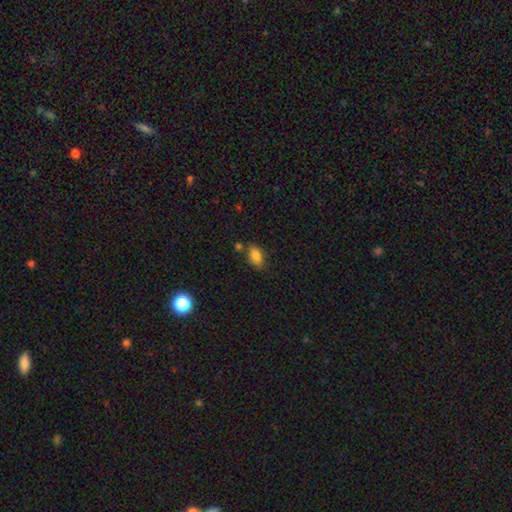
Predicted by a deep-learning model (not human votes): Morphology: type=smooth (83%); roundness=in between (88%); merging=none (72%).